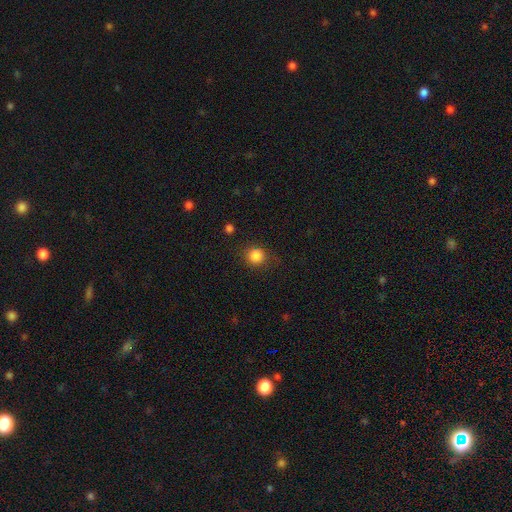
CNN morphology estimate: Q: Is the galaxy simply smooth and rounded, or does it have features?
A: smooth — 85%.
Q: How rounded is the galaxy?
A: round — 89%.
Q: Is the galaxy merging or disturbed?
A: none — 81%.